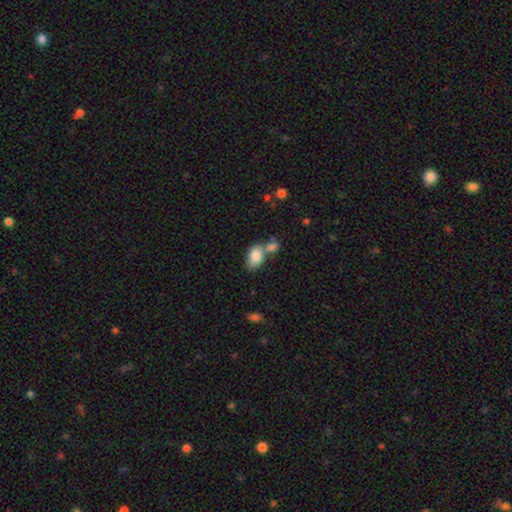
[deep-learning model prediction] Overall: smooth (83%). How rounded: in between (87%). Merging: merger (43%; none 40%).